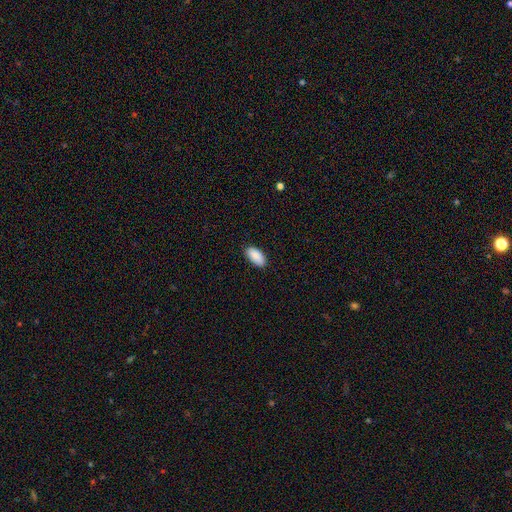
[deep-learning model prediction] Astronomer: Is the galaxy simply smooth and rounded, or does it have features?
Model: smooth — 89%.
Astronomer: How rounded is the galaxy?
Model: in between — 94%.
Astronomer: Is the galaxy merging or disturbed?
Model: none — 87%.